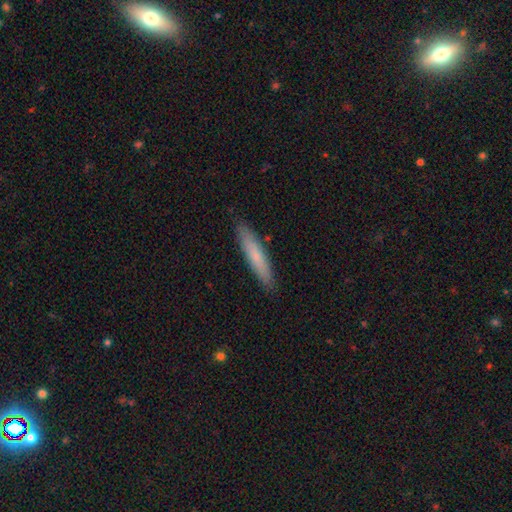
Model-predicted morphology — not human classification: type=smooth (71%); roundness=cigar-shaped (90%); merging=none (90%).